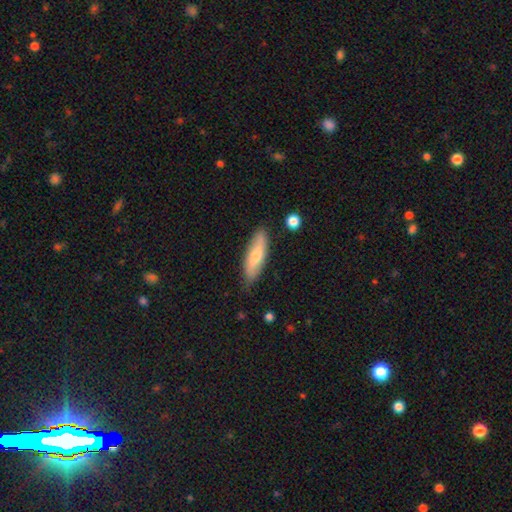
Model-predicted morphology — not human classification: This is likely a smooth galaxy (62%). How rounded: possibly cigar-shaped (54%). Merging: clearly none (80%).